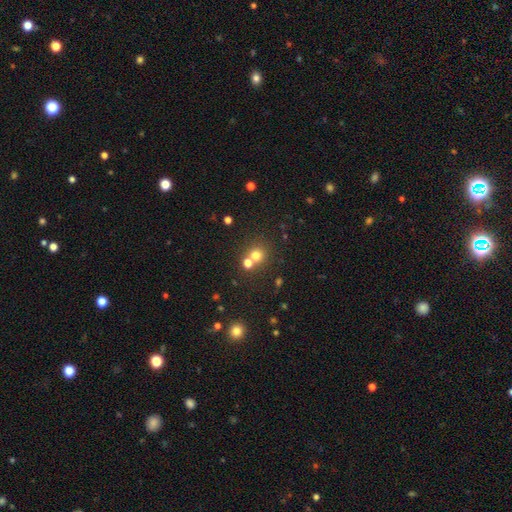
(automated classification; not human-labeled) A smooth galaxy with no disk features (71%) that is round (87%).

Vote fractions:
- Smooth or featured? smooth: 71% / star or artifact: 19% / featured or disk: 10%
- How rounded? round: 87% / in between: 12% / cigar-shaped: 1%
- Merging? none: 58% / merger: 32% / minor disturbance: 7% / major disturbance: 3%